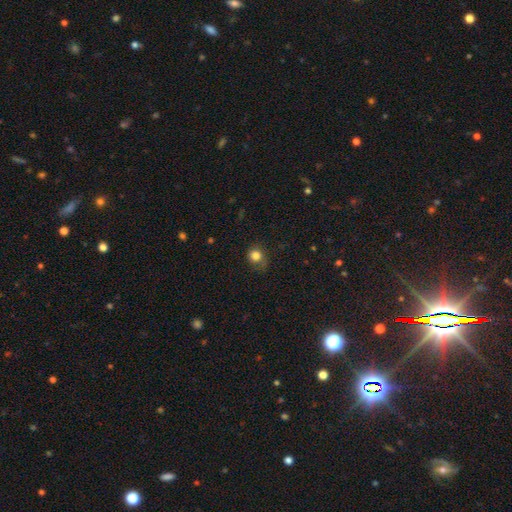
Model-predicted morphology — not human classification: Q: Smooth or featured?
A: smooth (82%); runner-up: star or artifact (11%)
Q: How rounded?
A: round (78%); runner-up: in between (21%)
Q: Merging?
A: none (63%); runner-up: minor disturbance (25%)